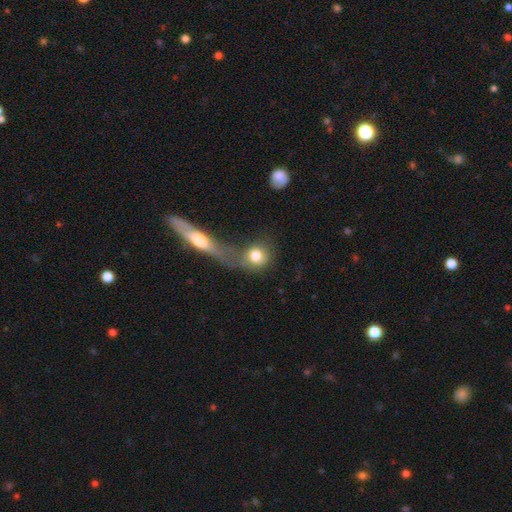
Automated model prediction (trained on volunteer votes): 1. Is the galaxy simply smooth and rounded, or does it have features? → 75% smooth, 17% featured or disk, 9% star or artifact.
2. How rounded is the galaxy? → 76% round, 21% in between, 3% cigar-shaped.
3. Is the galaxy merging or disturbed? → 46% merger, 32% none, 12% major disturbance, 11% minor disturbance.